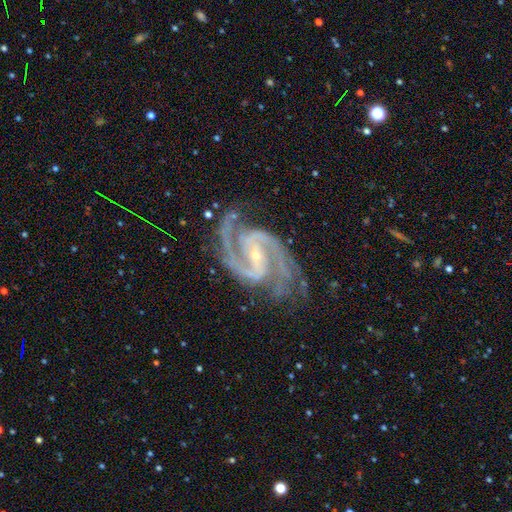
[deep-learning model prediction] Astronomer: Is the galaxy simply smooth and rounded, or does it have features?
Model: featured or disk — 94%.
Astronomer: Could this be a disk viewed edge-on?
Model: no — 98%.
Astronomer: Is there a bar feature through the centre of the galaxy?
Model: strong — 41% (runner-up: weak, 34%).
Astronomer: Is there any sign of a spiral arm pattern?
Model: yes — 99%.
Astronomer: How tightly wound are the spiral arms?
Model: medium — 60%.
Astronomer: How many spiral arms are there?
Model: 2 — 75%.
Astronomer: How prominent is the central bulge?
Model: small — 80%.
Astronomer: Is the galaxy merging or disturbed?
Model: none — 72%.